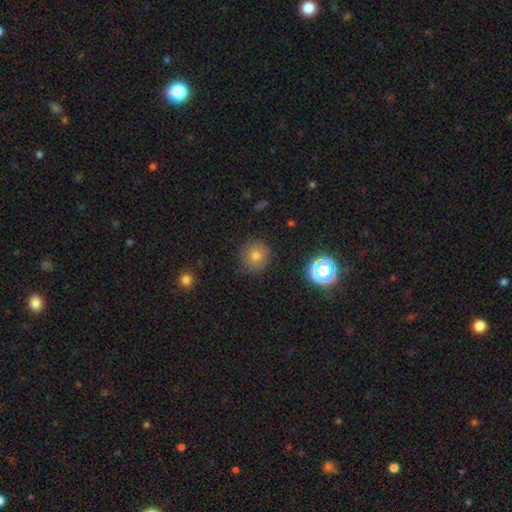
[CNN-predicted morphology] Smooth or featured: smooth — 74% (star or artifact — 17%)
How rounded: round — 93% (in between — 6%)
Merging: none — 86% (minor disturbance — 10%)